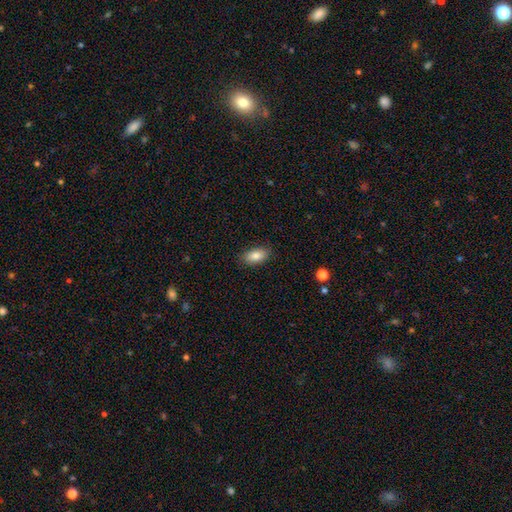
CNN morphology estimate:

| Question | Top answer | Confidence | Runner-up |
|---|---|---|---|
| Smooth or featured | smooth | 84% | featured or disk (9%) |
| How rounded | in between | 91% | round (5%) |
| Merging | none | 87% | minor disturbance (10%) |